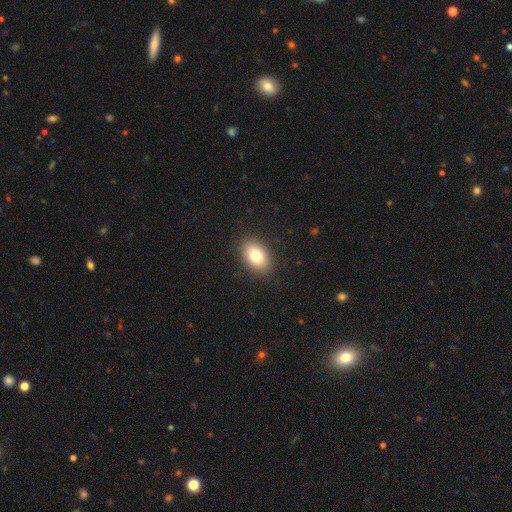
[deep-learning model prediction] Morphology: type=smooth (78%); roundness=in between (85%); merging=none (89%).